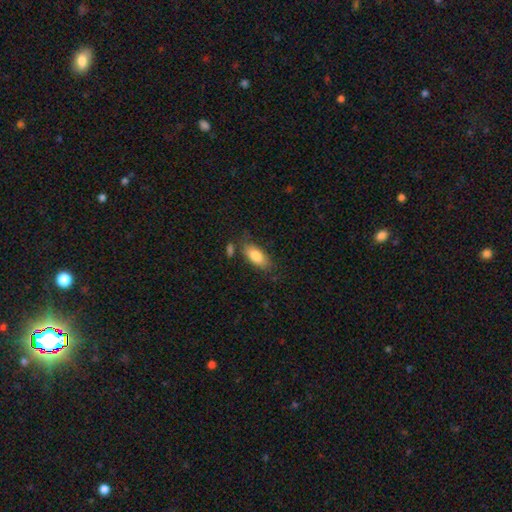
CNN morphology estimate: The model was most divided on "merging": none: 71%, minor disturbance: 18%, merger: 7%, major disturbance: 5%. More confident: how rounded — in between (86%); smooth or featured — smooth (83%).